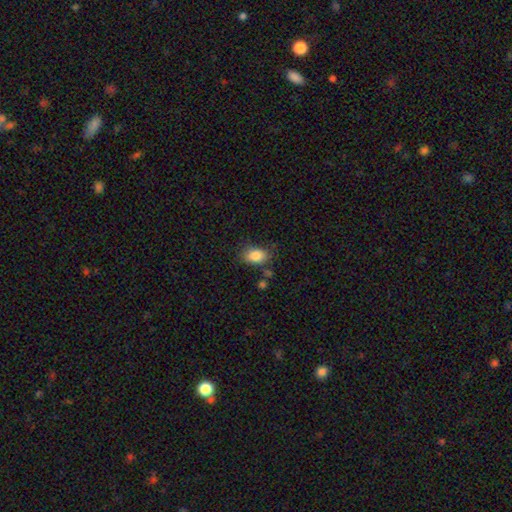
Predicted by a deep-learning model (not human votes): This is clearly a smooth galaxy (84%). How rounded: clearly in between (80%). Merging: likely none (72%).